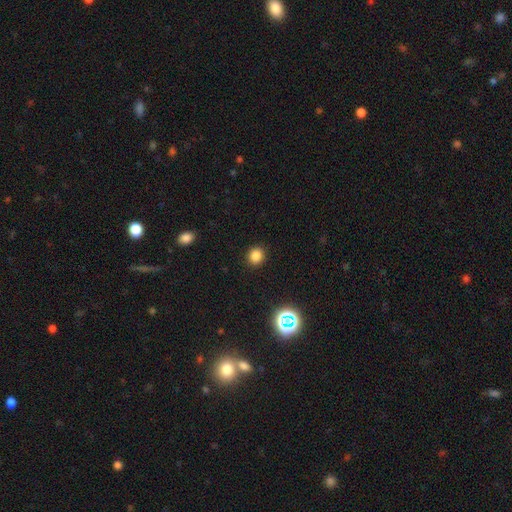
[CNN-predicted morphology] This is clearly a smooth galaxy (82%). How rounded: clearly round (82%). Merging: clearly none (91%).